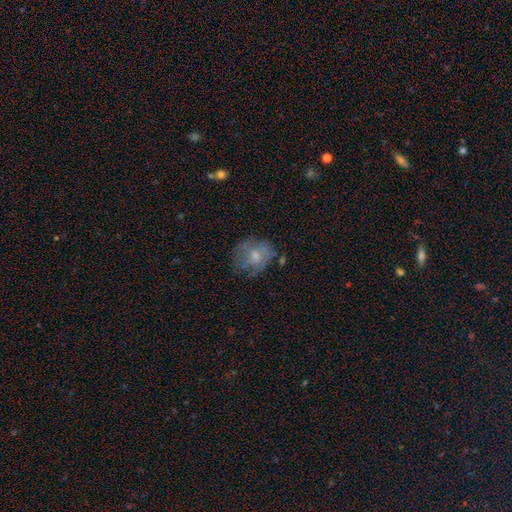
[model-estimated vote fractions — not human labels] This appears to be a smooth galaxy with no disk features (56%) that is round (65%). Merging: none (54%).